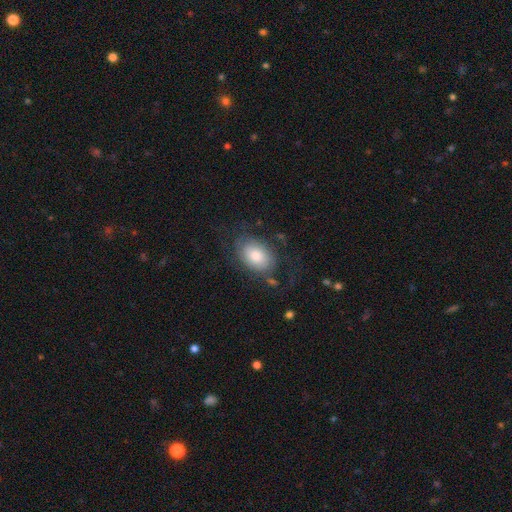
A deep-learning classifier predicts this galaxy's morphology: Smooth or featured? smooth (54%)
How rounded? in between (81%)
Merging? none (61%)